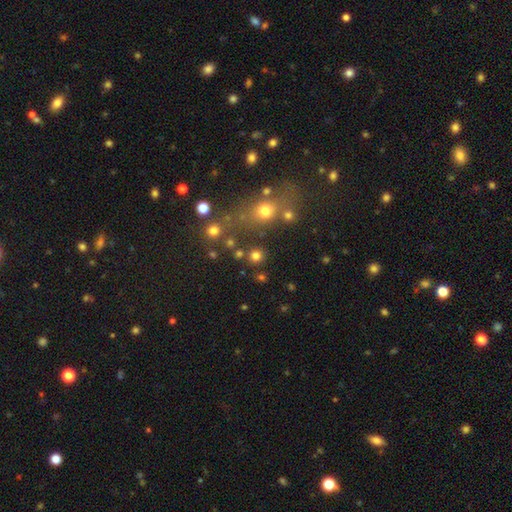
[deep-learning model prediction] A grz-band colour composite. It shows a smooth galaxy with no disk features (77%) that is round (92%). Merging: none (83%).